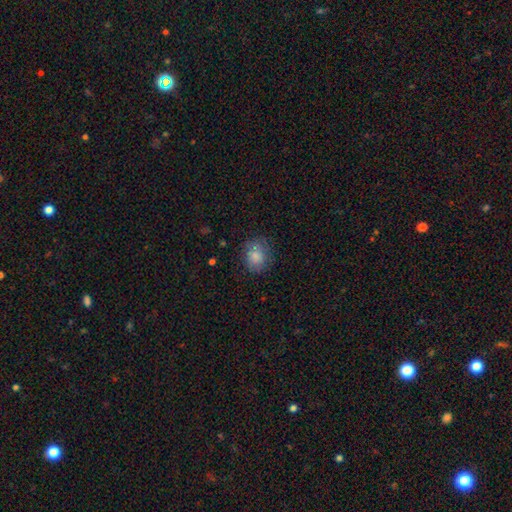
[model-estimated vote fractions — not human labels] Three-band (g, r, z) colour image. It shows a smooth galaxy with no disk features (83%) that is round (66%). Merging: none (77%).